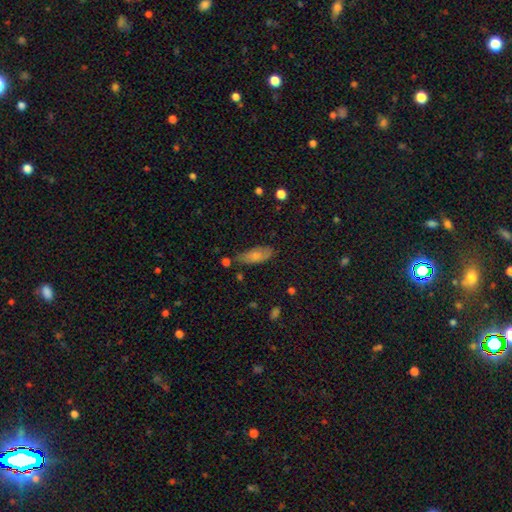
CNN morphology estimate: The model was most divided on "merging": none: 61%, minor disturbance: 28%, major disturbance: 6%, merger: 5%. More confident: how rounded — in between (80%); smooth or featured — smooth (75%).